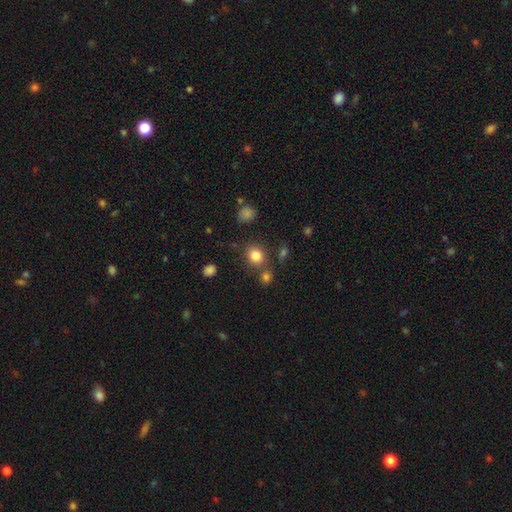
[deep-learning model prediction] smooth-or-featured: smooth: 81% | star or artifact: 13% | featured or disk: 6%
  how-rounded: round: 73% | in between: 26% | cigar-shaped: 1%
  merging: none: 74% | merger: 12% | minor disturbance: 10% | major disturbance: 4%